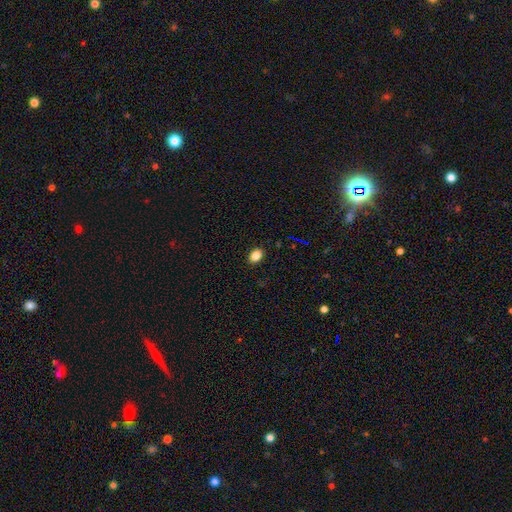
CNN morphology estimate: Q: Smooth or featured?
A: smooth (85%); runner-up: star or artifact (11%)
Q: How rounded?
A: in between (75%); runner-up: round (24%)
Q: Merging?
A: none (89%); runner-up: minor disturbance (8%)